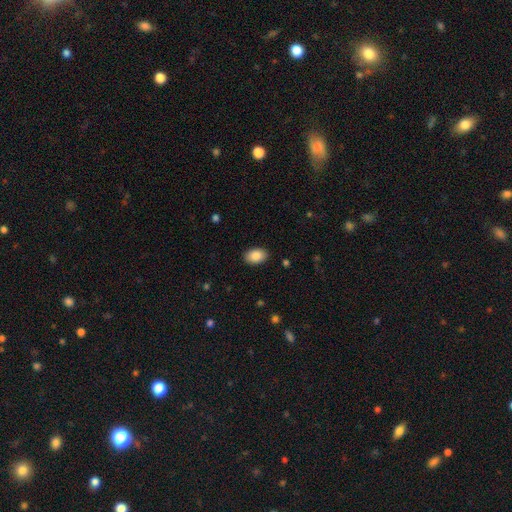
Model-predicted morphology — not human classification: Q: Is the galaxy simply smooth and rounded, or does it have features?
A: smooth — 88%.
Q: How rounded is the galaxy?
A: in between — 87%.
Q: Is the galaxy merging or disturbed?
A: none — 89%.